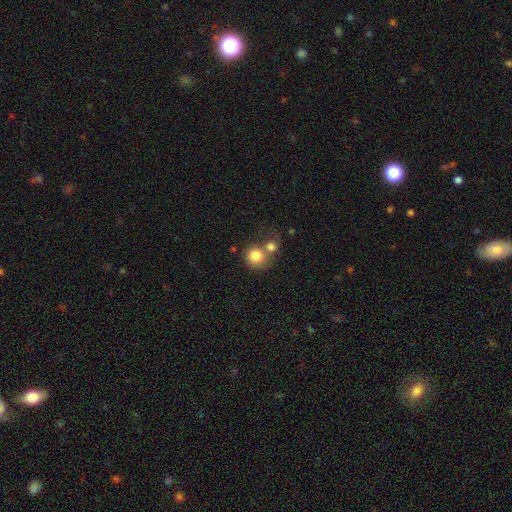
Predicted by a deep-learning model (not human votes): Smooth or featured: smooth — 81% (featured or disk — 10%)
How rounded: round — 87% (in between — 12%)
Merging: merger — 44% (none — 43%)